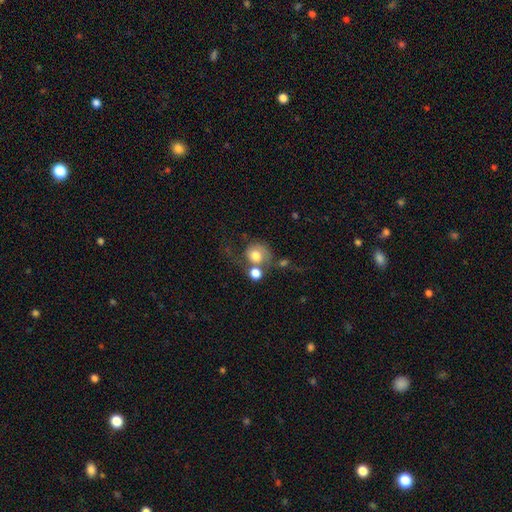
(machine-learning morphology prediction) Overall: smooth (60%; featured or disk 30%). How rounded: round (75%). Merging: merger (39%; none 27%).